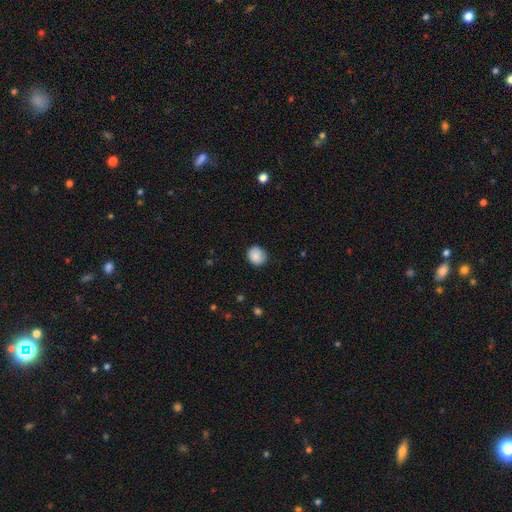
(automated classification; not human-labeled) smooth-or-featured: smooth: 87% | star or artifact: 8% | featured or disk: 5%
  how-rounded: round: 78% | in between: 21% | cigar-shaped: 1%
  merging: none: 84% | minor disturbance: 13% | major disturbance: 2% | merger: 1%